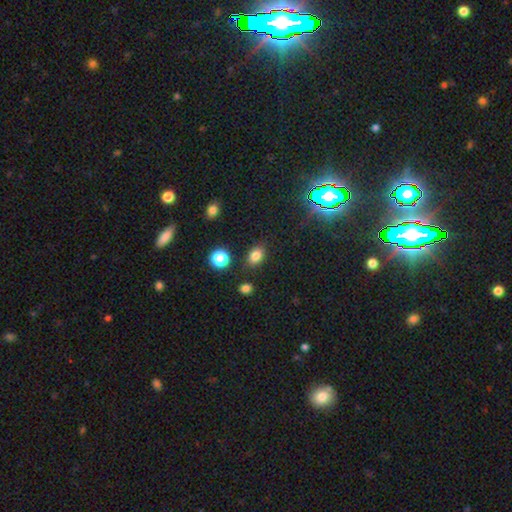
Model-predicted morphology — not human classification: smooth-or-featured: smooth: 79% | star or artifact: 14% | featured or disk: 7%
  how-rounded: in between: 75% | round: 24% | cigar-shaped: 2%
  merging: none: 82% | minor disturbance: 11% | merger: 4% | major disturbance: 3%